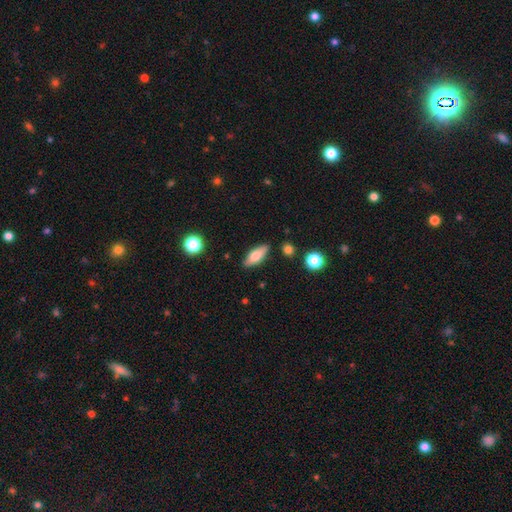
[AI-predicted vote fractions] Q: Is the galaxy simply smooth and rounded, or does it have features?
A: smooth — 70%.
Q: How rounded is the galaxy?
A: in between — 70%.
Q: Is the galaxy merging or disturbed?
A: none — 84%.